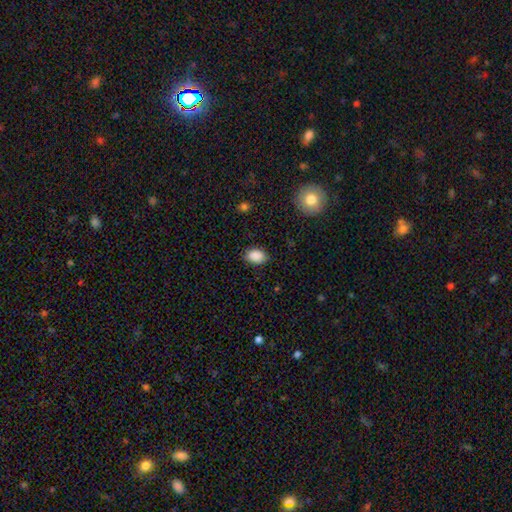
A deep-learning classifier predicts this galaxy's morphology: This appears to be a smooth galaxy with no disk features (89%) that is in between round and cigar-shaped (82%). Merging: none (84%).